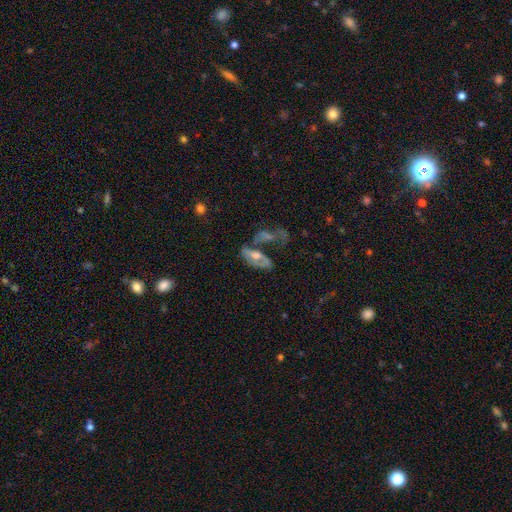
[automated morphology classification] This appears to be a featured or disk galaxy (47%). Merging: merger (38%).